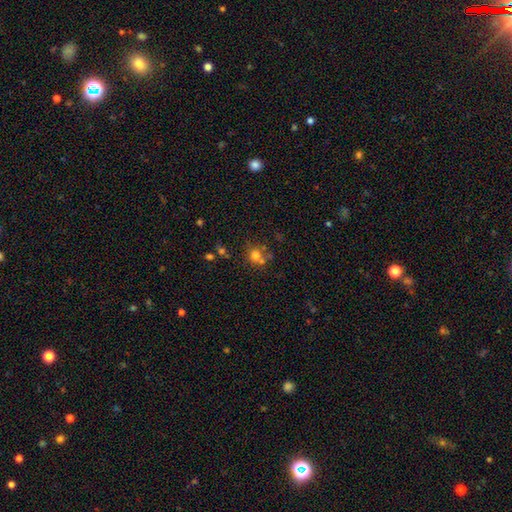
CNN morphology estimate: smooth-or-featured: smooth: 70% | star or artifact: 17% | featured or disk: 13%
  how-rounded: round: 82% | in between: 17% | cigar-shaped: 1%
  merging: none: 52% | merger: 31% | minor disturbance: 11% | major disturbance: 6%